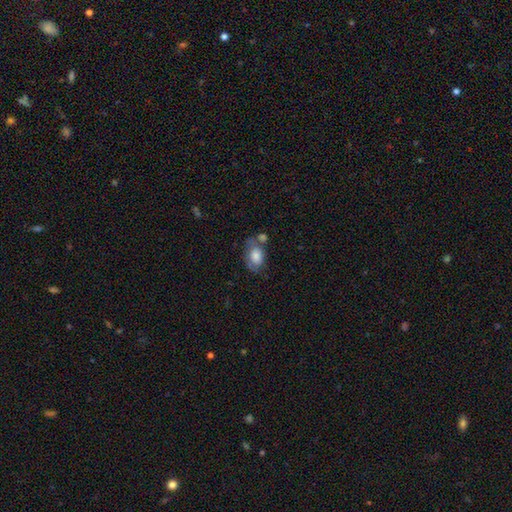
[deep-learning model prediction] This appears to be a smooth galaxy with no disk features (73%) that is in between round and cigar-shaped (82%). Merging: none (40%).